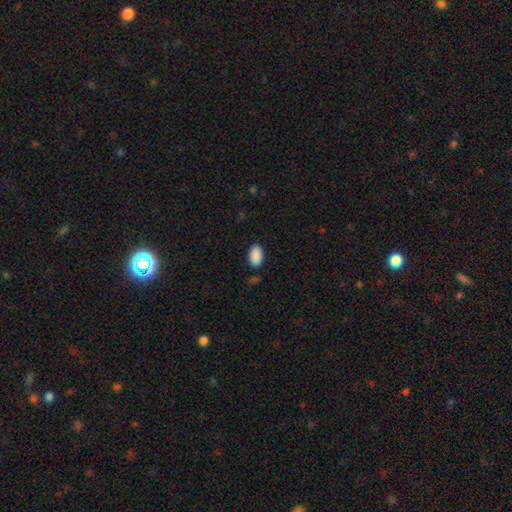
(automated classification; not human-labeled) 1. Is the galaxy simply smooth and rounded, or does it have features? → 90% smooth, 7% star or artifact, 3% featured or disk.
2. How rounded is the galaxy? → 94% in between, 4% round, 2% cigar-shaped.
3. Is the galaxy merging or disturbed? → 85% none, 11% minor disturbance, 3% major disturbance, 2% merger.